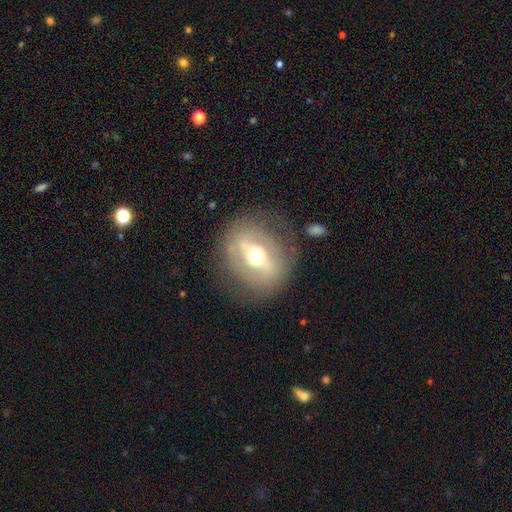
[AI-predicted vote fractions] smooth-or-featured: featured or disk: 68% | smooth: 25% | star or artifact: 7%
  disk-edge-on: no: 92% | yes: 8%
    bar: strong: 46% | weak: 33% | no: 21%
    has-spiral-arms: no: 52% | yes: 48%
    bulge-size: moderate: 71% | small: 16% | large: 10% | dominant: 1% | none: 1%
  merging: none: 74% | minor disturbance: 15% | major disturbance: 8% | merger: 2%